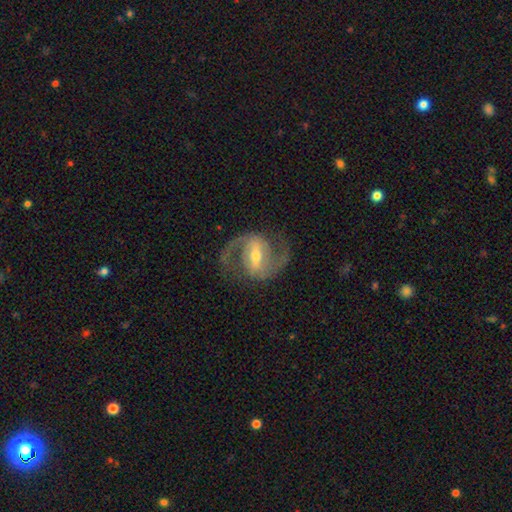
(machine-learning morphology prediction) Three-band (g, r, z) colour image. It shows a featured or disk galaxy (91%) with a strong bar (48%), 2 (94%) medium (62%) spiral arms (97%) and a moderate central bulge (54%). Merging: none (81%).